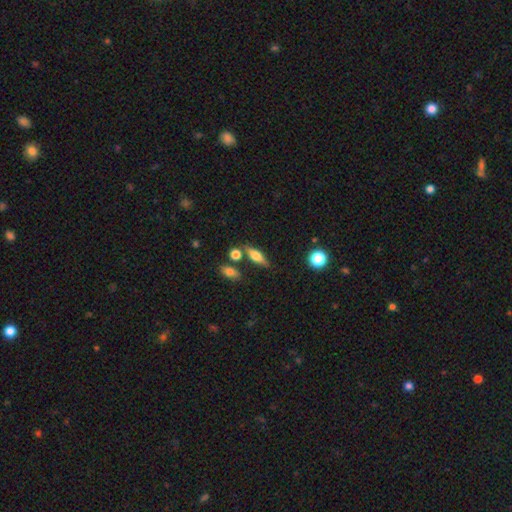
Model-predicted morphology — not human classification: Overall: smooth (56%; featured or disk 35%). How rounded: in between (54%; cigar-shaped 40%). Merging: none (72%).